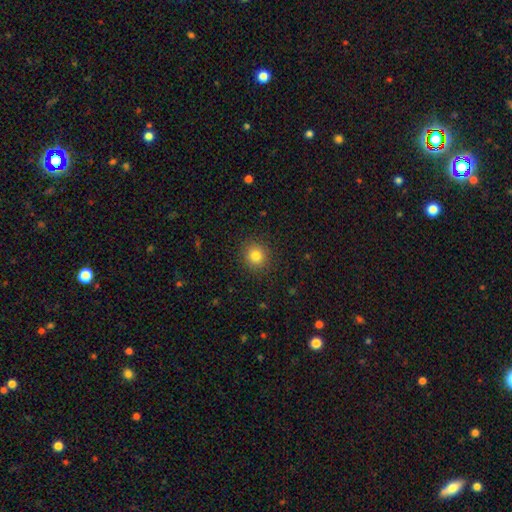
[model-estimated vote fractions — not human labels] This appears to be a smooth galaxy with no disk features (82%) that is round (88%). Merging: none (90%).